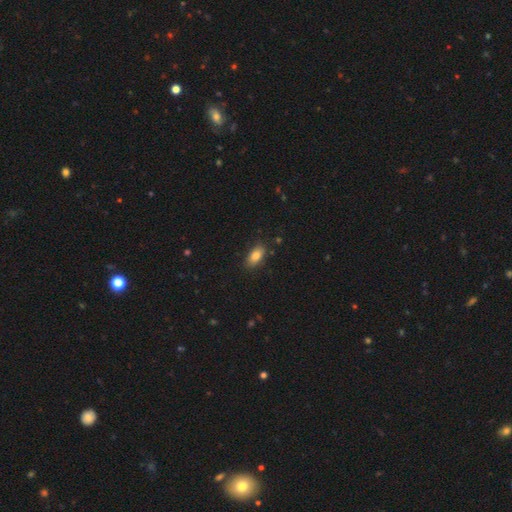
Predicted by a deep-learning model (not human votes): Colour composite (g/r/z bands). It shows a smooth galaxy with no disk features (84%) that is in between round and cigar-shaped (89%). Merging: none (85%).